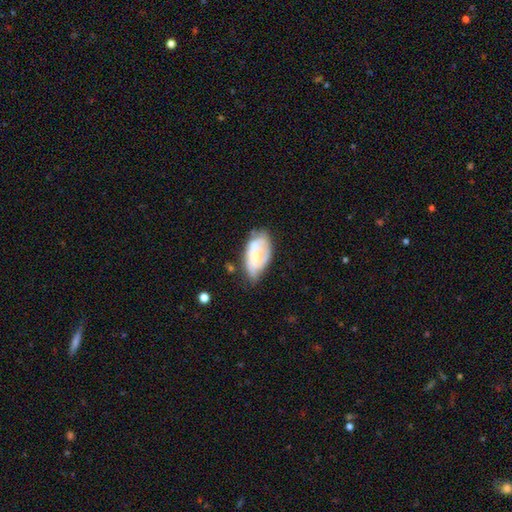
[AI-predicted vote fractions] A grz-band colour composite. It shows a featured or disk galaxy (54%) with no bar (76%), no spiral arms (55%) and a small central bulge (43%). Merging: none (42%).